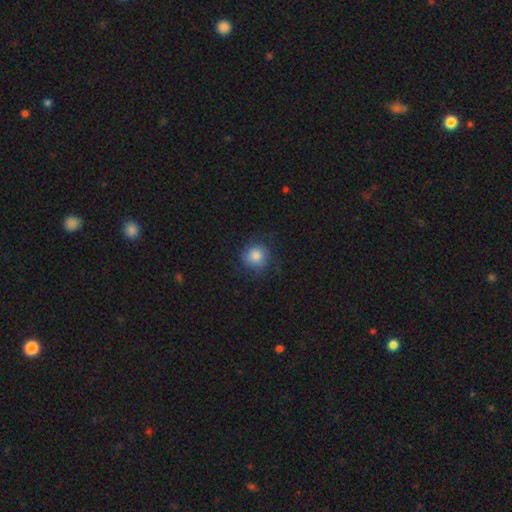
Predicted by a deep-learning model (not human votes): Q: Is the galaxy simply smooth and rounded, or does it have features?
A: smooth — 75%.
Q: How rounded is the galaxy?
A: round — 89%.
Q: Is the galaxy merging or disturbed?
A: none — 71%.